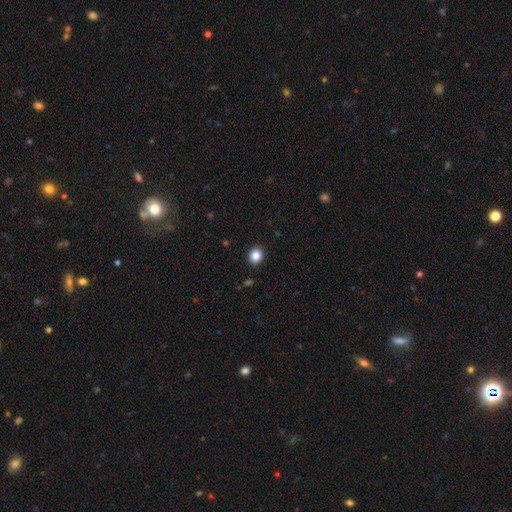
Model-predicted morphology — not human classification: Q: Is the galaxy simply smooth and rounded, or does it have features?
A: smooth — 86%.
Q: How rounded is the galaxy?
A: round — 73%.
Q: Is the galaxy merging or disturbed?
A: none — 90%.